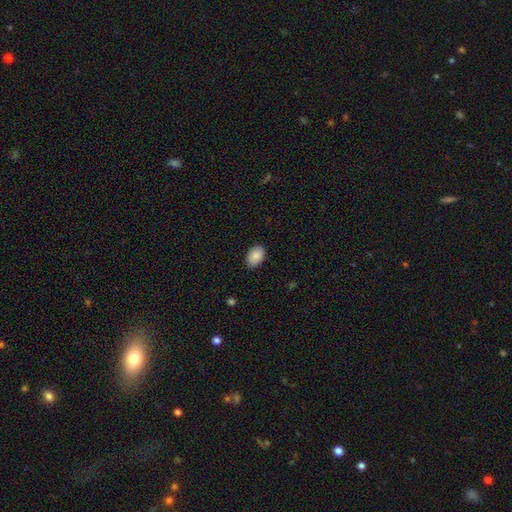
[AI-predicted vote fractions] A smooth galaxy with no disk features (87%) that is in between round and cigar-shaped (85%).

Vote fractions:
- Smooth or featured? smooth: 87% / star or artifact: 7% / featured or disk: 6%
- How rounded? in between: 85% / round: 14% / cigar-shaped: 1%
- Merging? none: 86% / minor disturbance: 11% / major disturbance: 2% / merger: 1%